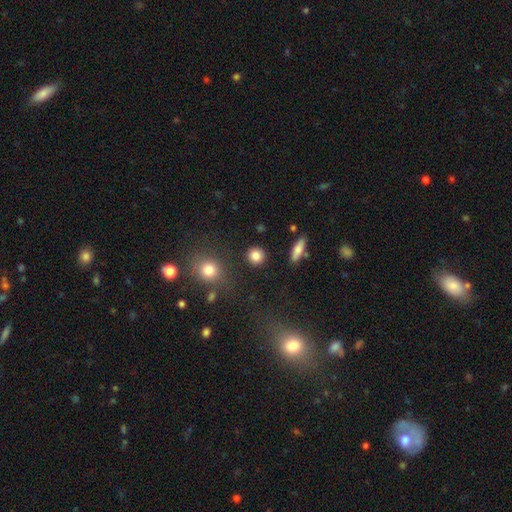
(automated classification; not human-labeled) This is clearly a smooth galaxy (84%). How rounded: clearly round (91%). Merging: clearly none (89%).